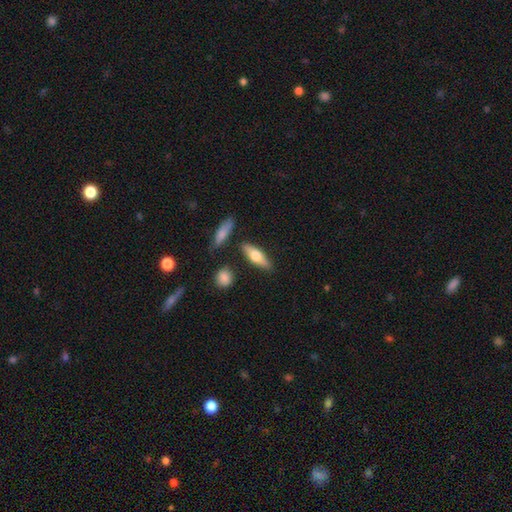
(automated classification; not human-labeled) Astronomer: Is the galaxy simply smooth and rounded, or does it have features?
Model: smooth — 60%.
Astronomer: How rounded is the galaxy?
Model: in between — 53% (runner-up: cigar-shaped, 44%).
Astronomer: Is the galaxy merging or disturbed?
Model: none — 80%.